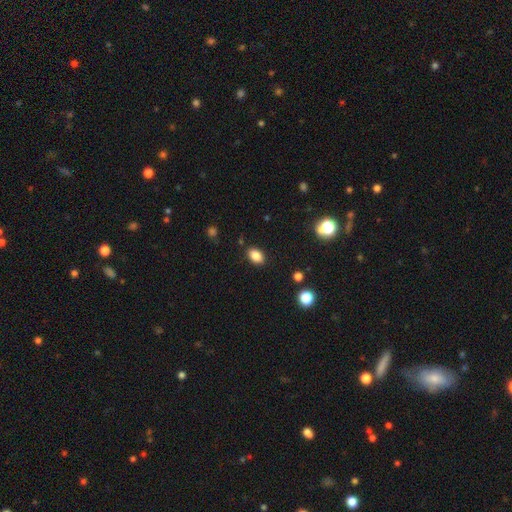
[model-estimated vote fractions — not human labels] smooth 84%, star or artifact 10%, featured or disk 5%. Down the decision tree: how rounded — in between (84%); merging — none (87%).